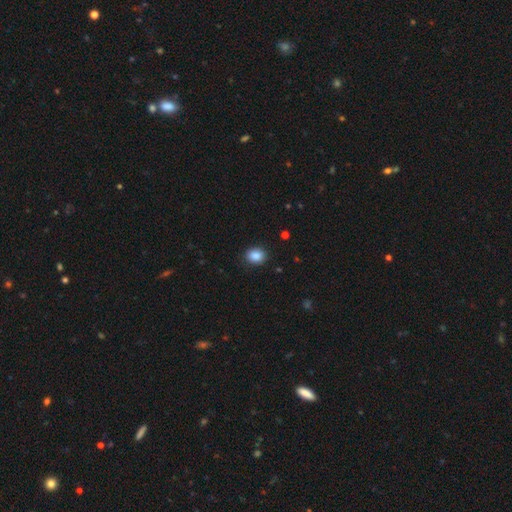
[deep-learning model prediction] smooth-or-featured: smooth: 88% | star or artifact: 9% | featured or disk: 4%
  how-rounded: round: 52% | in between: 48% | cigar-shaped: 1%
  merging: none: 89% | minor disturbance: 8% | major disturbance: 2% | merger: 1%